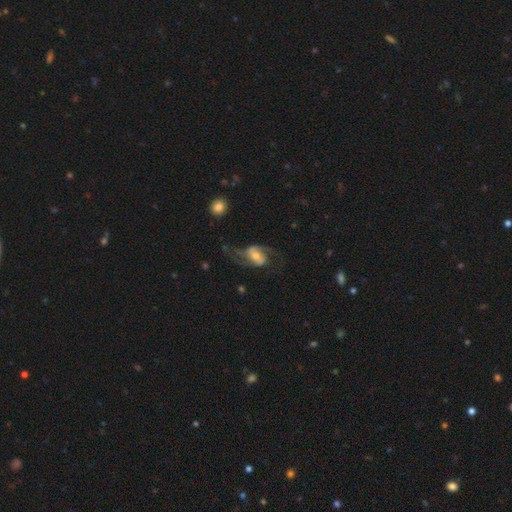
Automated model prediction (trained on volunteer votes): A featured or disk galaxy (80%) with a weak bar (42%), 2 (89%) loose (50%) spiral arms (93%) and a moderate central bulge (52%).

Vote fractions:
- Smooth or featured? featured or disk: 80% / smooth: 14% / star or artifact: 6%
- Edge-on disk? no: 97% / yes: 3%
- Bar? weak: 42% / no: 35% / strong: 23%
- Spiral arms? yes: 93% / no: 7%
- Spiral winding? loose: 50% / medium: 41% / tight: 9%
- Spiral arm count? 2: 89% / can't tell: 4% / 1: 3% / 3: 2% / 4: 1% / more than 4: 1%
- Bulge size? moderate: 52% / small: 37% / large: 7% / none: 2% / dominant: 2%
- Merging? none: 56% / major disturbance: 24% / minor disturbance: 18% / merger: 3%